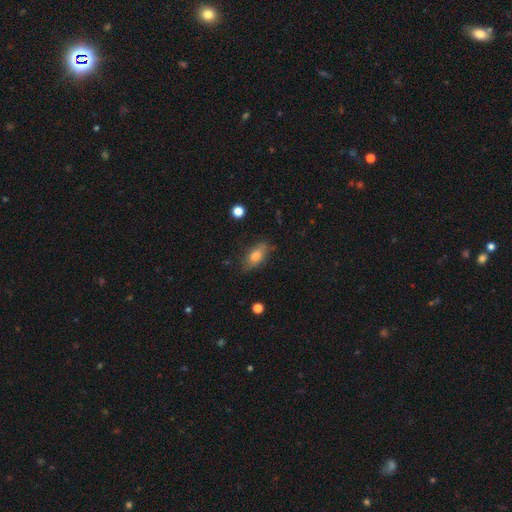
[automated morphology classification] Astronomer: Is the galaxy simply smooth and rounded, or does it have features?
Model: smooth — 71%.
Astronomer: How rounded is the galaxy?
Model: in between — 82%.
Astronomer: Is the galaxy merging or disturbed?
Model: none — 75%.